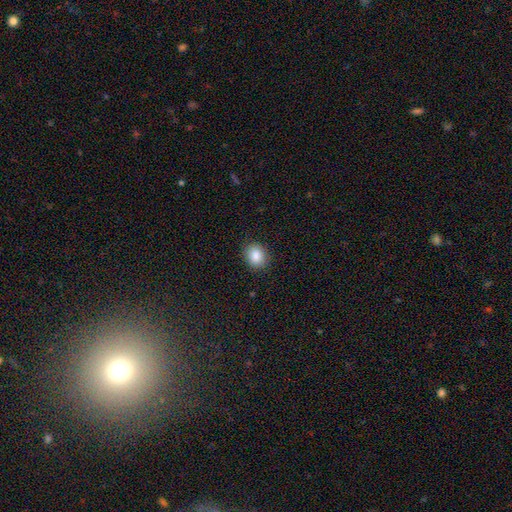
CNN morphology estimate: smooth-or-featured: smooth: 87% | star or artifact: 8% | featured or disk: 5%
  how-rounded: round: 63% | in between: 36% | cigar-shaped: 1%
  merging: none: 89% | minor disturbance: 8% | major disturbance: 2% | merger: 1%